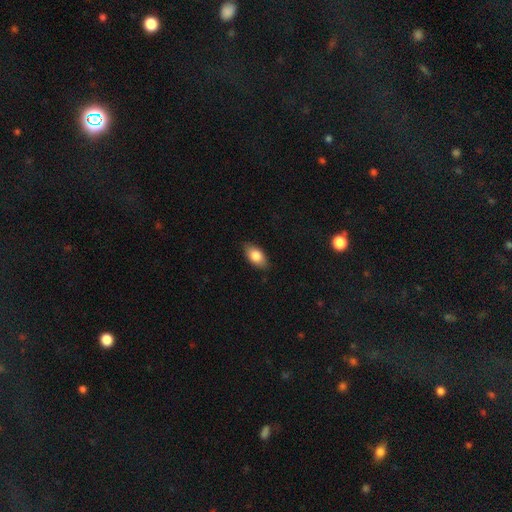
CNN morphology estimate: Smooth or featured?
  - smooth: 82% *
  - featured or disk: 12%
  - star or artifact: 7%
How rounded?
  - in between: 92% *
  - round: 5%
  - cigar-shaped: 4%
Merging?
  - none: 85% *
  - minor disturbance: 12%
  - major disturbance: 2%
  - merger: 1%